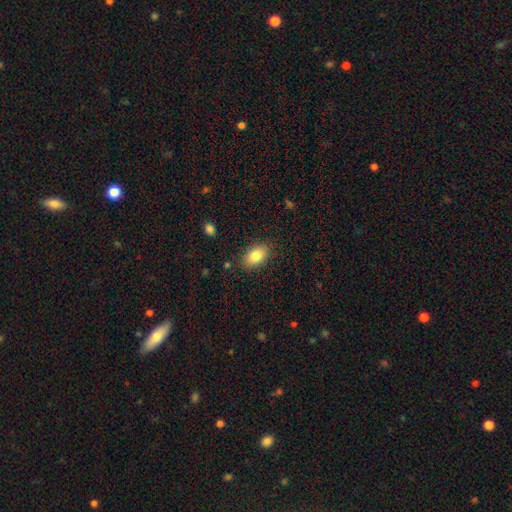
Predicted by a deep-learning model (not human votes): Overall: smooth (83%). How rounded: in between (89%). Merging: none (85%).